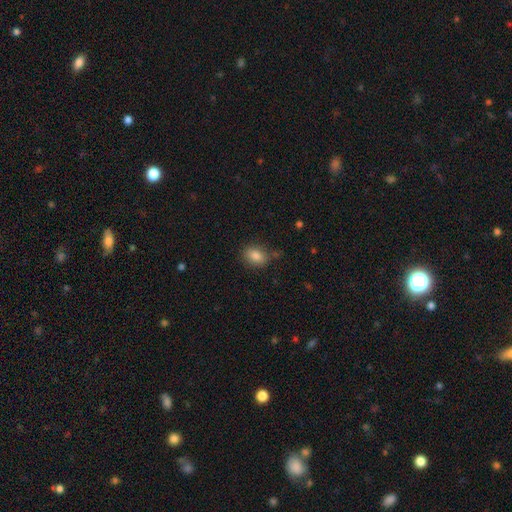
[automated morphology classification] This is clearly a smooth galaxy (84%). How rounded: likely in between (73%). Merging: likely none (77%).